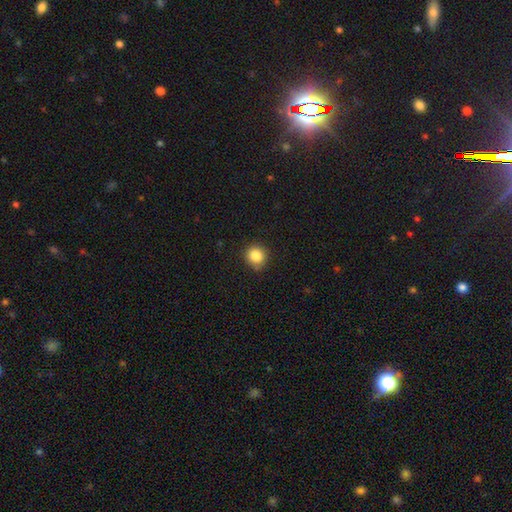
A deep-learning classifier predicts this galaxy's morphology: Overall: smooth (85%). How rounded: round (92%). Merging: none (86%).